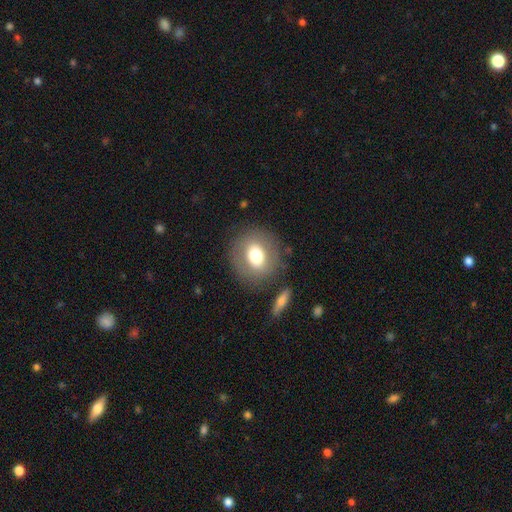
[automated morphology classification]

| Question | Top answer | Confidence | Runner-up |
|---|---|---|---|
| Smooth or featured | smooth | 67% | featured or disk (24%) |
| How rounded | round | 74% | in between (25%) |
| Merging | none | 80% | minor disturbance (11%) |